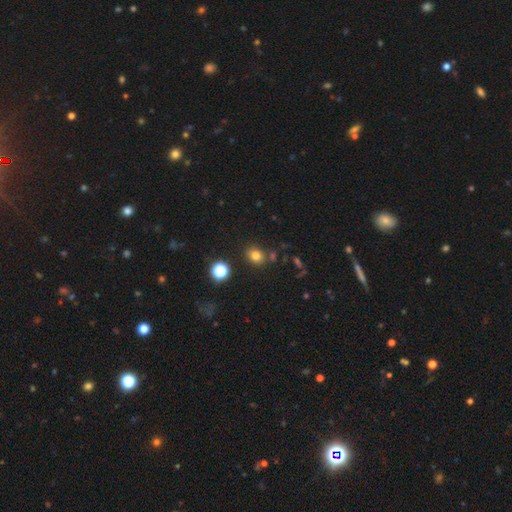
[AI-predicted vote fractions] smooth-or-featured: smooth: 77% | star or artifact: 16% | featured or disk: 7%
  how-rounded: round: 64% | in between: 35% | cigar-shaped: 1%
  merging: none: 80% | minor disturbance: 10% | merger: 7% | major disturbance: 3%